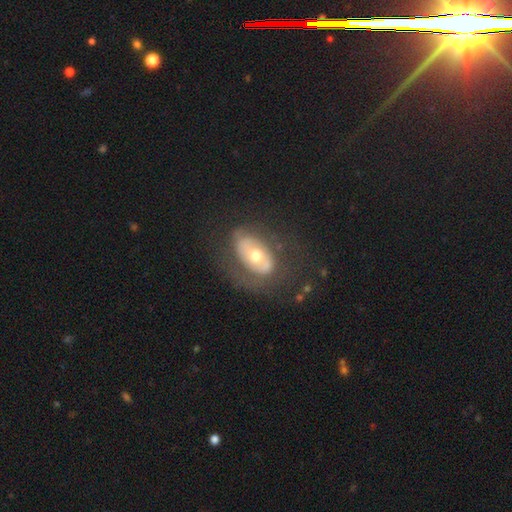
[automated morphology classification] The model was most divided on "spiral arms": no: 61%, yes: 39%. More confident: edge-on disk — no (91%); bar — no (73%); bulge size — moderate (70%); merging — none (63%); smooth or featured — featured or disk (59%).